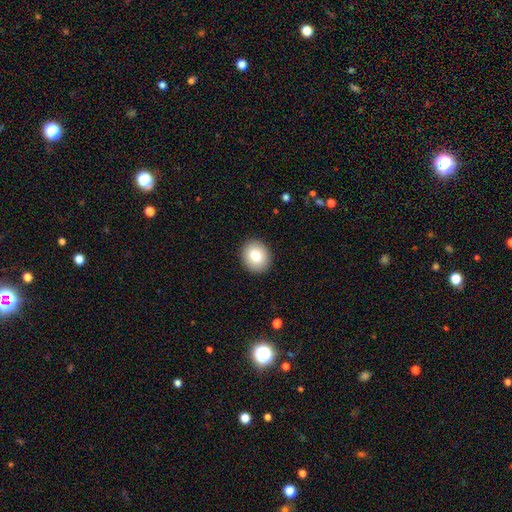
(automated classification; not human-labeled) Q: Smooth or featured?
A: smooth (81%); runner-up: featured or disk (11%)
Q: How rounded?
A: round (74%); runner-up: in between (25%)
Q: Merging?
A: none (91%); runner-up: minor disturbance (6%)